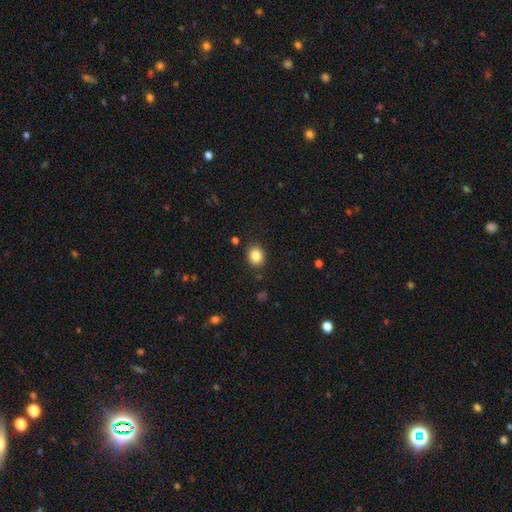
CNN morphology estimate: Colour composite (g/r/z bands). It shows a smooth galaxy with no disk features (85%) that is round (66%). Merging: none (88%).